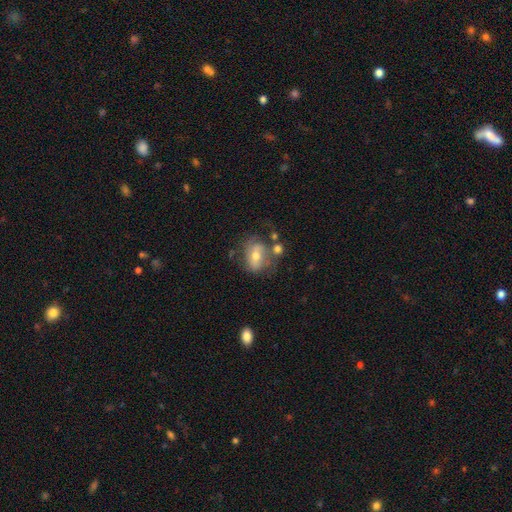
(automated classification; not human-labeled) Morphology: type=featured or disk (47%); merging=none (48%).